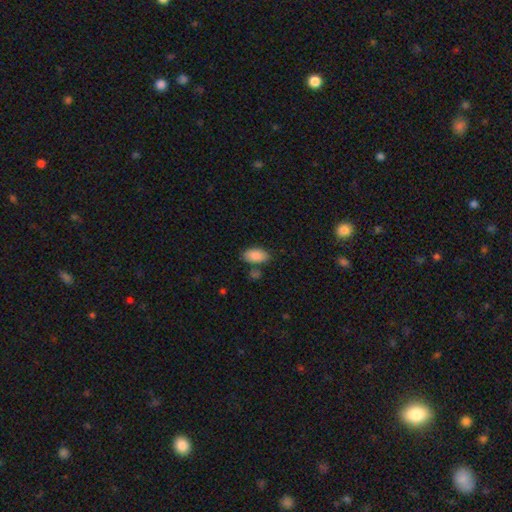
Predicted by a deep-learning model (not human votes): The model was most divided on "merging": none: 74%, minor disturbance: 14%, merger: 9%, major disturbance: 3%. More confident: how rounded — in between (94%); smooth or featured — smooth (87%).